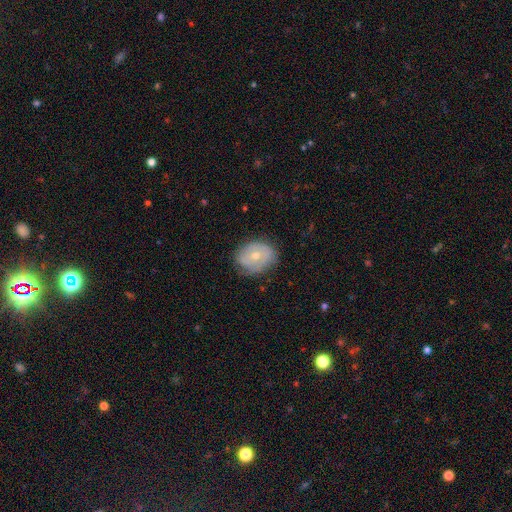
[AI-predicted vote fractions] A featured or disk galaxy (51%). Merging: none (68%).